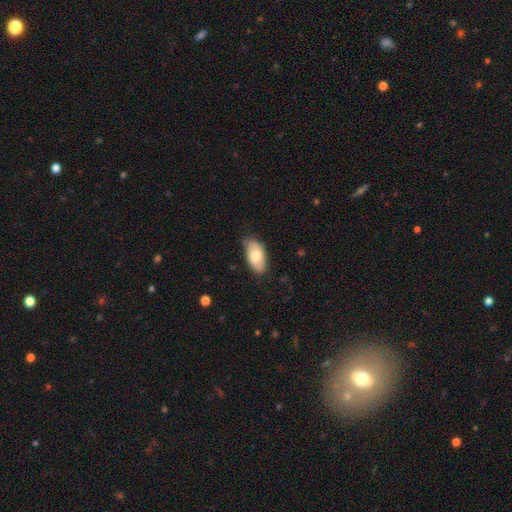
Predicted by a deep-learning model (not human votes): A smooth galaxy with no disk features (73%) that is in between round and cigar-shaped (94%).

Vote fractions:
- Smooth or featured? smooth: 73% / featured or disk: 21% / star or artifact: 6%
- How rounded? in between: 94% / cigar-shaped: 3% / round: 3%
- Merging? none: 74% / minor disturbance: 21% / major disturbance: 3% / merger: 1%